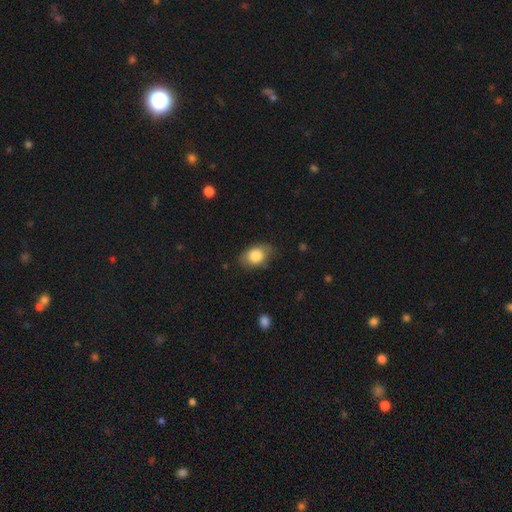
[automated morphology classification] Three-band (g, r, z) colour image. It shows a smooth galaxy with no disk features (82%) that is in between round and cigar-shaped (79%). Merging: none (73%).